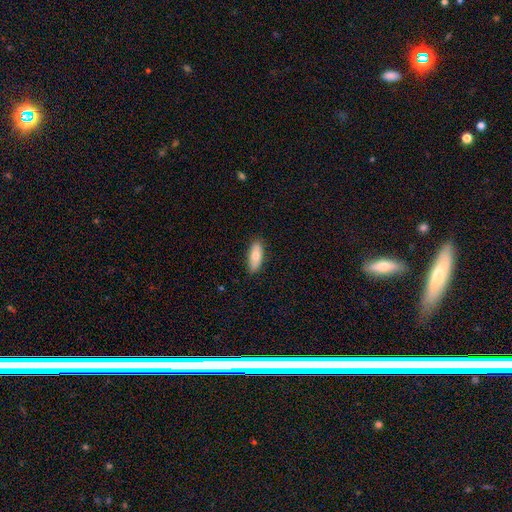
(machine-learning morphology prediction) smooth 76%, featured or disk 18%, star or artifact 6%. Down the decision tree: how rounded — in between (73%); merging — none (86%).